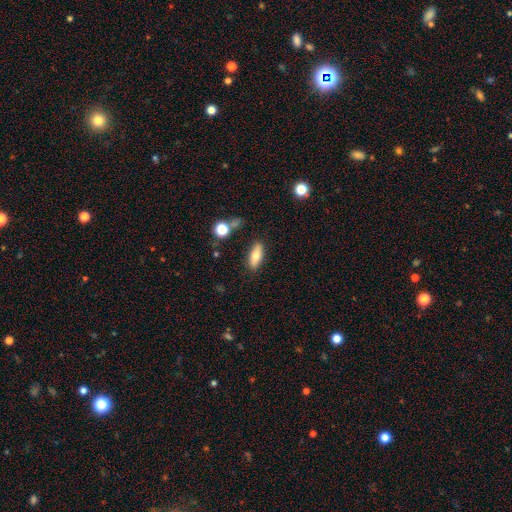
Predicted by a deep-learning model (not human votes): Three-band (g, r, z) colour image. It shows a smooth galaxy with no disk features (70%) that is in between round and cigar-shaped (71%). Merging: none (84%).